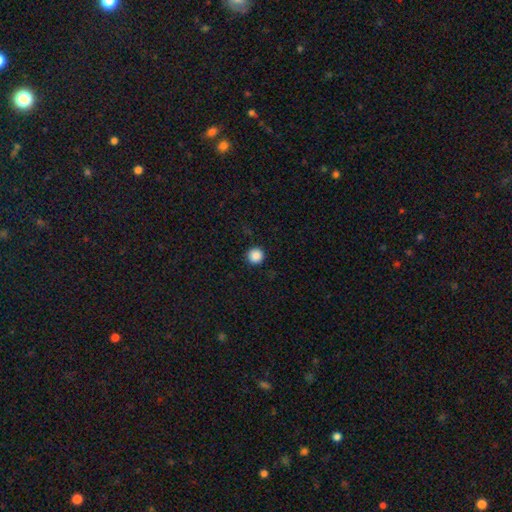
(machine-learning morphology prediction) A smooth galaxy with no disk features (88%) that is round (96%).

Vote fractions:
- Smooth or featured? smooth: 88% / star or artifact: 10% / featured or disk: 2%
- How rounded? round: 96% / in between: 3% / cigar-shaped: 1%
- Merging? none: 93% / minor disturbance: 5% / major disturbance: 2% / merger: 1%